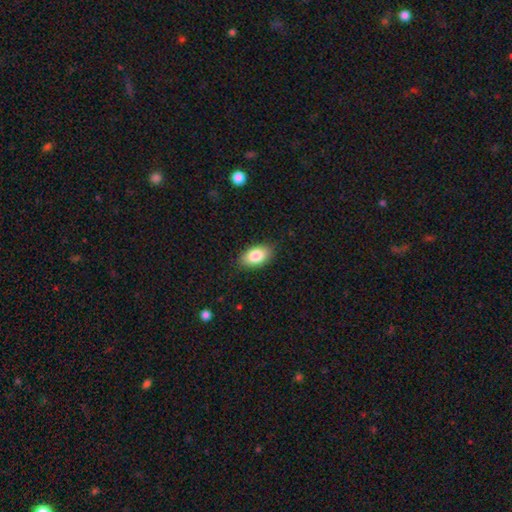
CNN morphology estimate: Smooth or featured? smooth (84%)
How rounded? in between (92%)
Merging? none (86%)